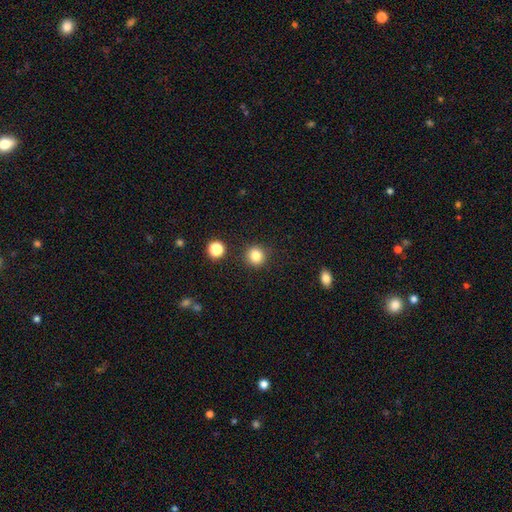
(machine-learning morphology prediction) smooth_or_featured: smooth (p=0.83) [alt: star or artifact p=0.12]
how_rounded: round (p=0.92) [alt: in between p=0.07]
merging: none (p=0.90) [alt: minor disturbance p=0.06]